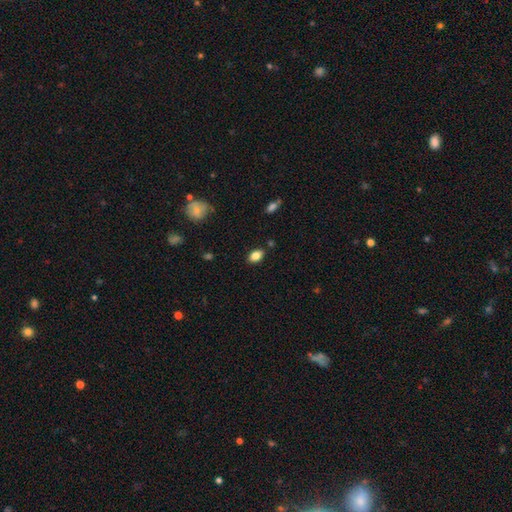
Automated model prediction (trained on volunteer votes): Smooth or featured? Predicted: smooth (p=0.84). How rounded? Predicted: in between (p=0.85). Merging? Predicted: none (p=0.85).